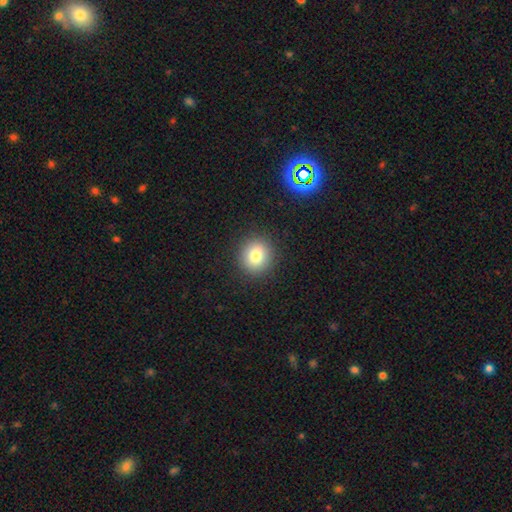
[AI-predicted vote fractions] Smooth or featured? Predicted: smooth (p=0.79). How rounded? Predicted: round (p=0.88). Merging? Predicted: none (p=0.91).